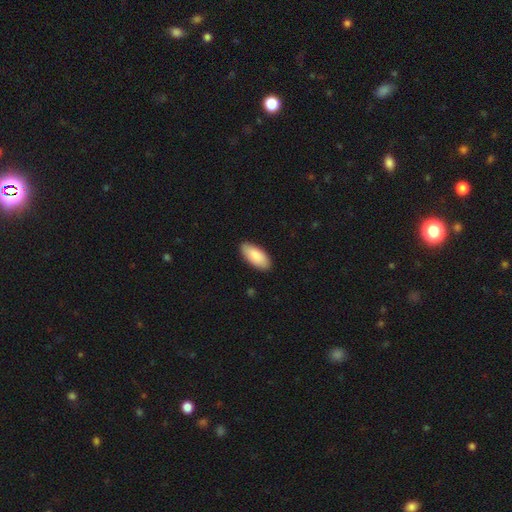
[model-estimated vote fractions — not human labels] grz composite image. It shows a smooth galaxy with no disk features (86%) that is in between round and cigar-shaped (91%). Merging: none (89%).